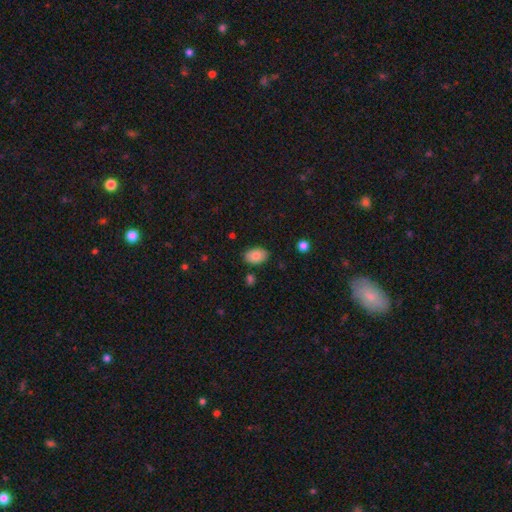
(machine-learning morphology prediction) smooth_or_featured: smooth (p=0.83) [alt: featured or disk p=0.10]
how_rounded: in between (p=0.89) [alt: round p=0.10]
merging: none (p=0.83) [alt: minor disturbance p=0.12]